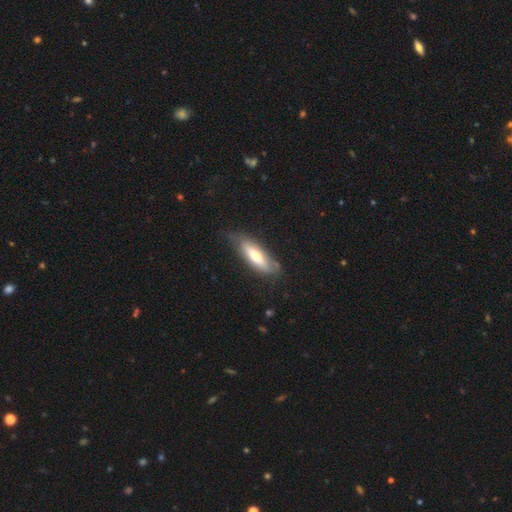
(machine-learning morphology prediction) This is possibly a smooth galaxy (55%). How rounded: possibly in between (55%). Merging: likely none (63%).